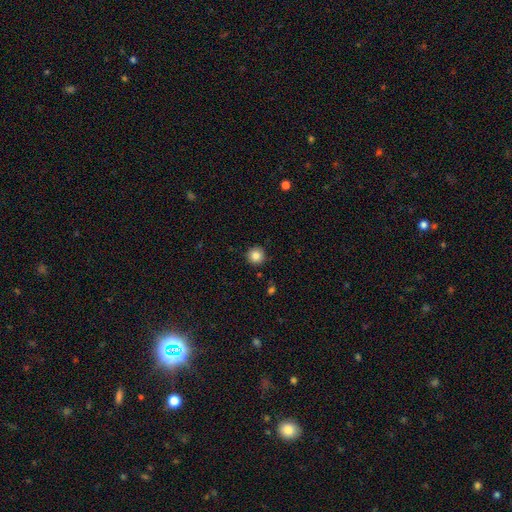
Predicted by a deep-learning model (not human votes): A smooth galaxy with no disk features (84%) that is round (95%).

Vote fractions:
- Smooth or featured? smooth: 84% / star or artifact: 10% / featured or disk: 6%
- How rounded? round: 95% / in between: 4% / cigar-shaped: 1%
- Merging? none: 91% / minor disturbance: 6% / major disturbance: 2% / merger: 1%